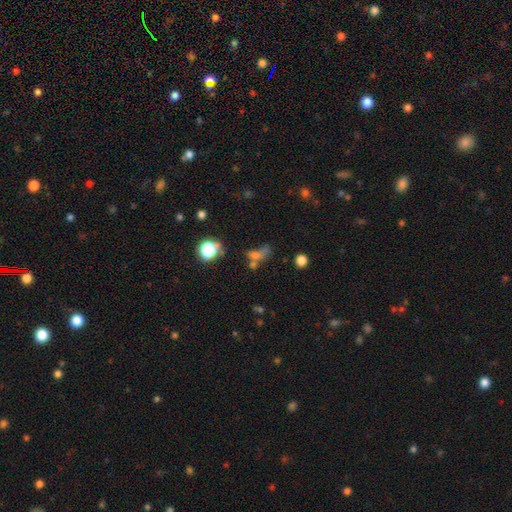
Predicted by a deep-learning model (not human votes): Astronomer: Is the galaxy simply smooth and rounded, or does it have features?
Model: smooth — 54%.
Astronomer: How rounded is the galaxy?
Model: in between — 48% (runner-up: round, 32%).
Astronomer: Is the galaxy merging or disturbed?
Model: none — 33% (runner-up: merger, 31%).